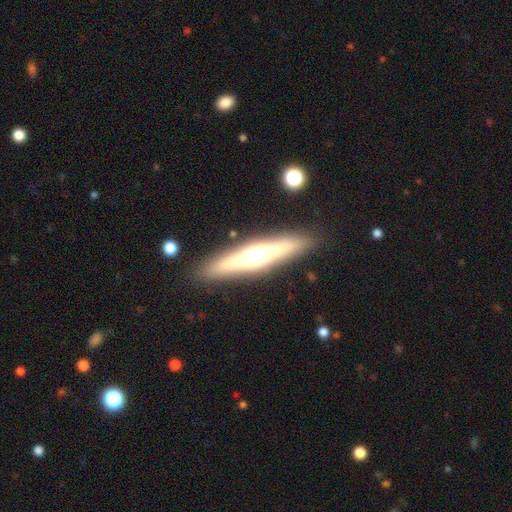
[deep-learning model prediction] featured or disk 61%, smooth 32%, star or artifact 7%. Down the decision tree: edge-on disk — yes (93%); edge-on bulge — rounded (82%); merging — none (88%).